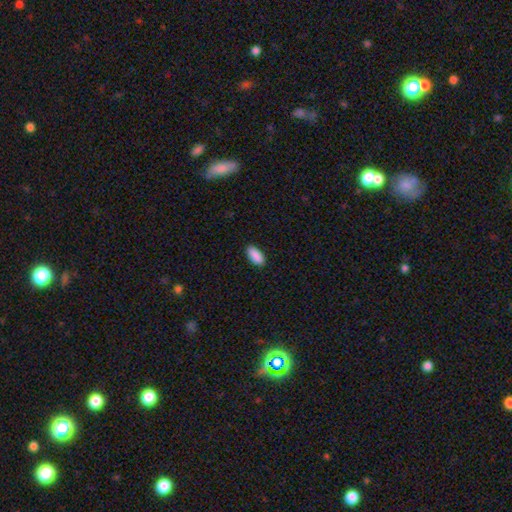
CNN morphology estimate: This appears to be a smooth galaxy with no disk features (91%) that is in between round and cigar-shaped (88%). Merging: none (90%).